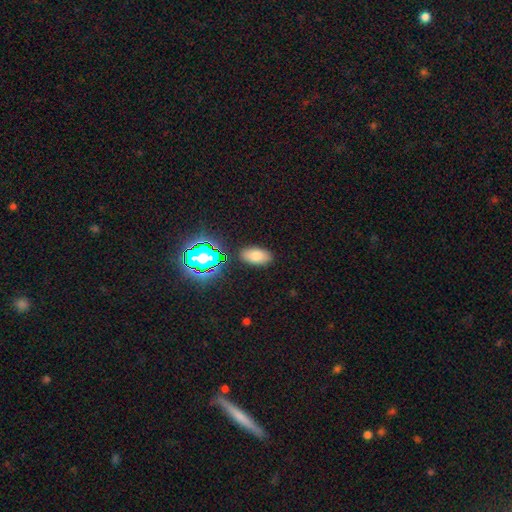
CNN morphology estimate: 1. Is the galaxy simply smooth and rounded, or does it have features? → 73% smooth, 18% star or artifact, 10% featured or disk.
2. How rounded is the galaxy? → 92% in between, 5% round, 3% cigar-shaped.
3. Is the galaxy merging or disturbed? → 86% none, 9% minor disturbance, 3% major disturbance, 2% merger.